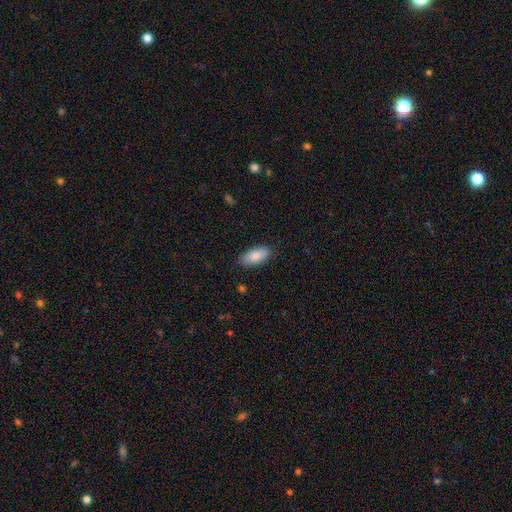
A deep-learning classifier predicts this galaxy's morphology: smooth 84%, featured or disk 9%, star or artifact 6%. Down the decision tree: how rounded — in between (90%); merging — none (84%).